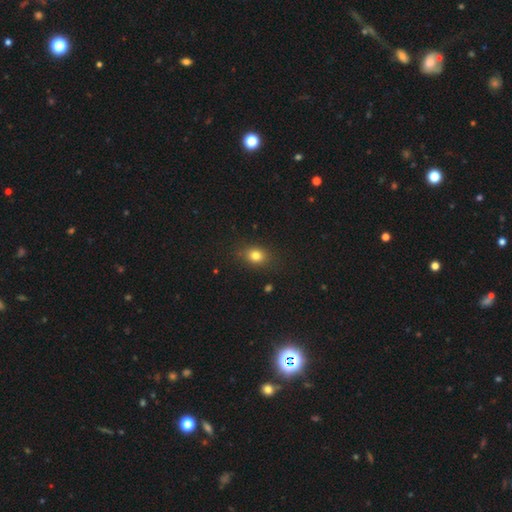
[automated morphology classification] Smooth or featured? smooth (80%)
How rounded? in between (52%)
Merging? none (84%)